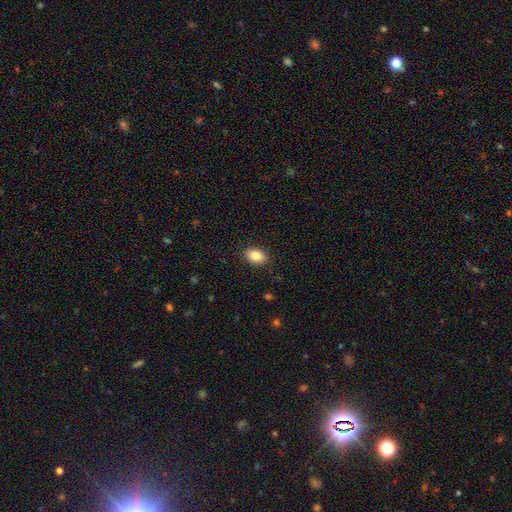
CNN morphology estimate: A smooth galaxy with no disk features (85%) that is in between round and cigar-shaped (81%). Merging: none (89%).